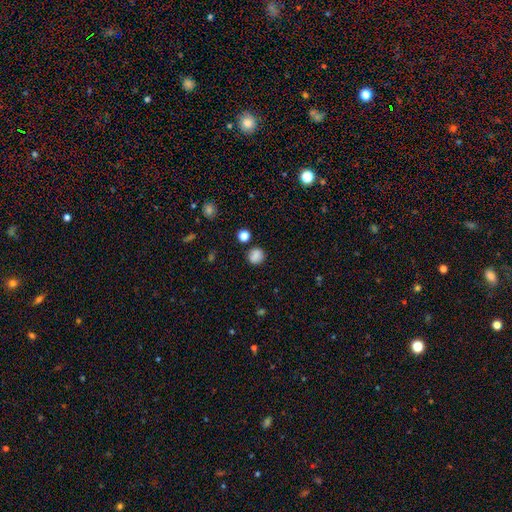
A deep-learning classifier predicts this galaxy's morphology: smooth_or_featured: smooth (p=0.83) [alt: star or artifact p=0.11]
how_rounded: round (p=0.84) [alt: in between p=0.15]
merging: none (p=0.82) [alt: minor disturbance p=0.11]